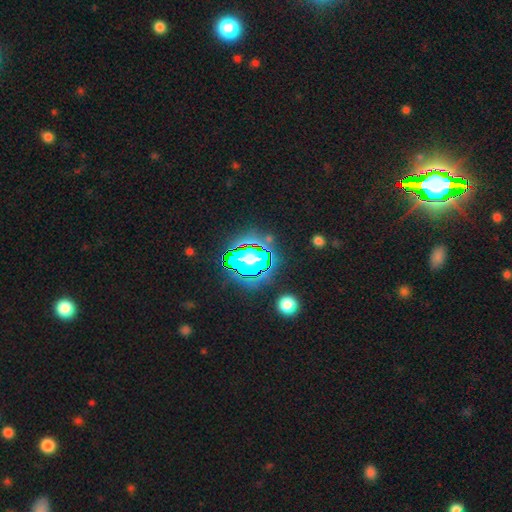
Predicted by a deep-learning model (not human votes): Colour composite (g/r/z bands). It shows a star or artifact, not a galaxy (80%).